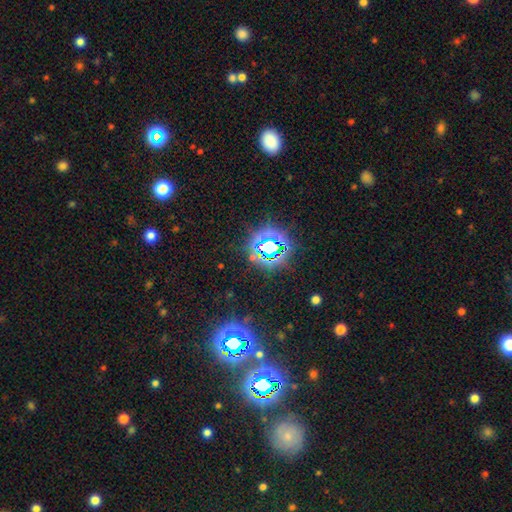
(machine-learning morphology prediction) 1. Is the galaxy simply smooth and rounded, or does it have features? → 78% star or artifact, 13% smooth, 9% featured or disk.